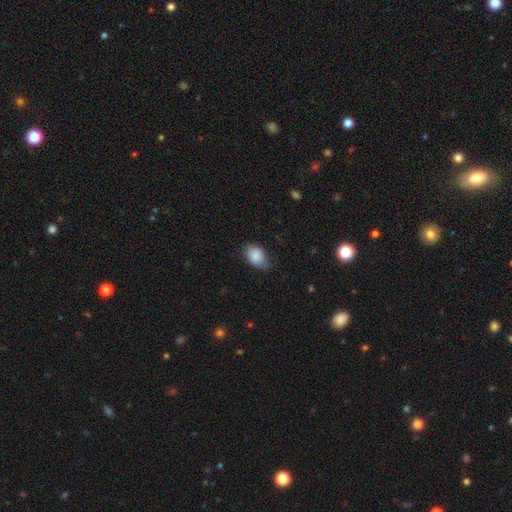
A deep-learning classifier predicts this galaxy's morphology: This is clearly a smooth galaxy (86%). How rounded: clearly in between (87%). Merging: likely none (66%).